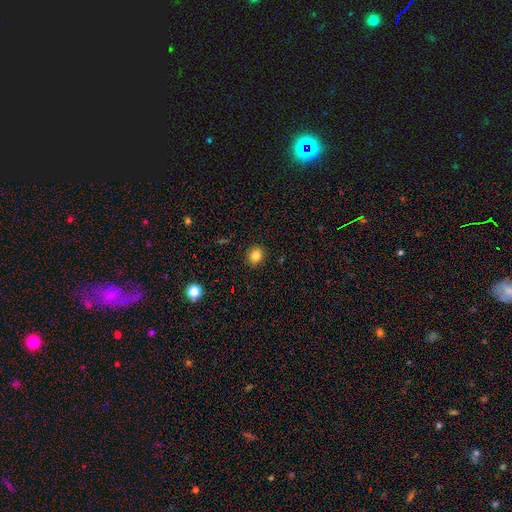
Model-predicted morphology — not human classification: This appears to be a smooth galaxy with no disk features (83%) that is round (75%). Merging: none (90%).